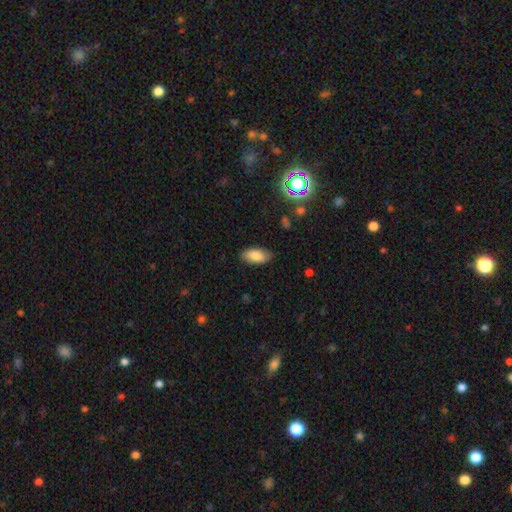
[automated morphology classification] A smooth galaxy with no disk features (82%) that is in between round and cigar-shaped (93%).

Vote fractions:
- Smooth or featured? smooth: 82% / featured or disk: 10% / star or artifact: 7%
- How rounded? in between: 93% / cigar-shaped: 4% / round: 3%
- Merging? none: 83% / minor disturbance: 13% / major disturbance: 3% / merger: 1%